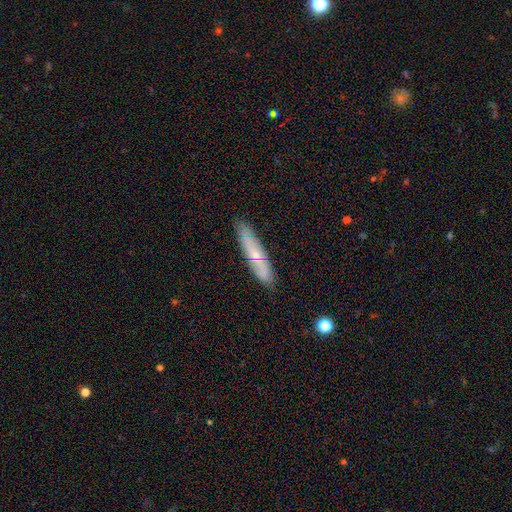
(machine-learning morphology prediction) featured or disk 53%, smooth 40%, star or artifact 7%. Down the decision tree: edge-on disk — yes (54%); merging — none (83%).